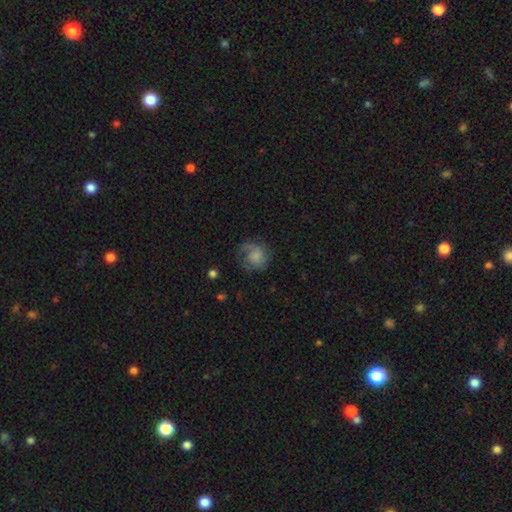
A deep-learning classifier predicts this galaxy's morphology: Smooth or featured? Predicted: smooth (p=0.51). How rounded? Predicted: round (p=0.78). Merging? Predicted: none (p=0.55).